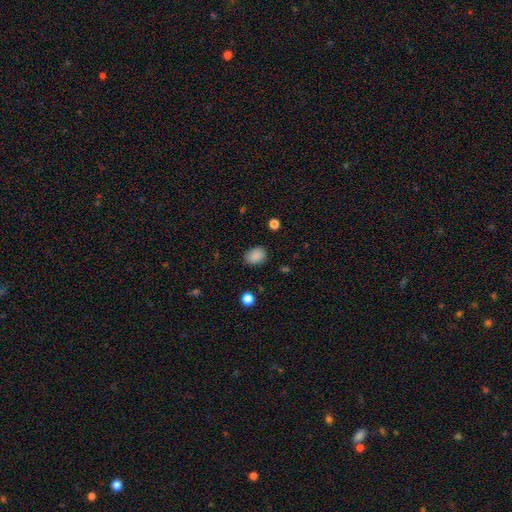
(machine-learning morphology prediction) smooth 86%, star or artifact 10%, featured or disk 4%. Down the decision tree: how rounded — in between (59%); merging — none (81%).